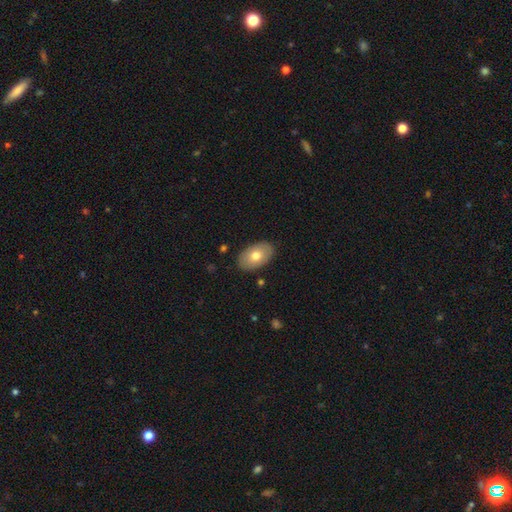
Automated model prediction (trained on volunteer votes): This appears to be a smooth galaxy with no disk features (71%) that is in between round and cigar-shaped (93%). Merging: none (87%).